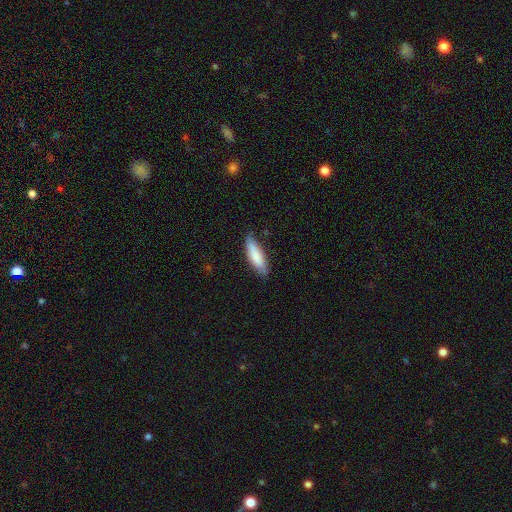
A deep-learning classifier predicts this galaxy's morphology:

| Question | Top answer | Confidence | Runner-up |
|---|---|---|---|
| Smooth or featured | smooth | 82% | featured or disk (12%) |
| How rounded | cigar-shaped | 50% | in between (48%) |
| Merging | none | 74% | minor disturbance (21%) |